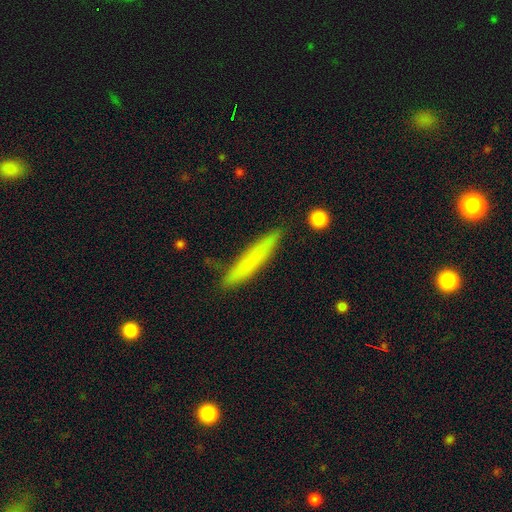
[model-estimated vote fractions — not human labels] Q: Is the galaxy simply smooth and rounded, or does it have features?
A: smooth — 71%.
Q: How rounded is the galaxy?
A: cigar-shaped — 94%.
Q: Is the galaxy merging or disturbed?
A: none — 82%.